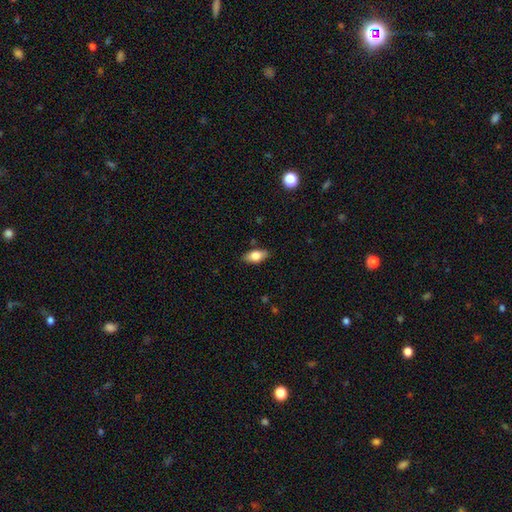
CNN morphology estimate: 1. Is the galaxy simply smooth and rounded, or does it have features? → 76% smooth, 17% featured or disk, 7% star or artifact.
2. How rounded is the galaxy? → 87% in between, 10% cigar-shaped, 4% round.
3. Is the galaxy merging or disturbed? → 86% none, 11% minor disturbance, 2% major disturbance, 1% merger.